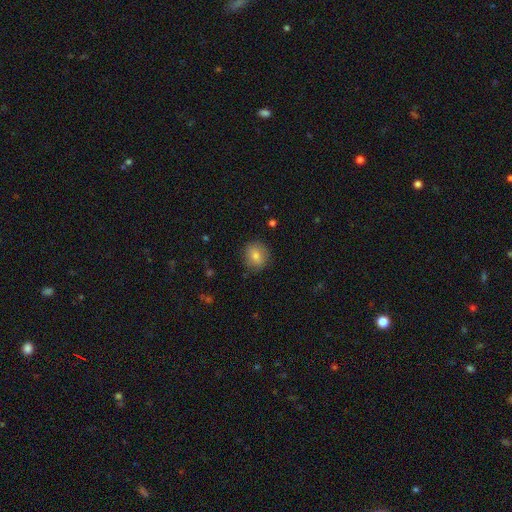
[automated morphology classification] Overall: smooth (78%). How rounded: round (81%). Merging: none (83%).